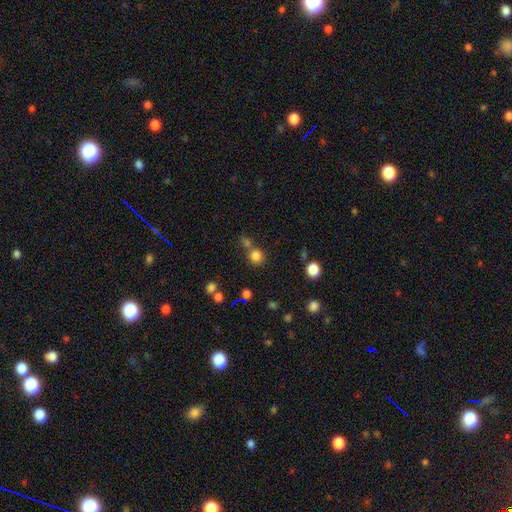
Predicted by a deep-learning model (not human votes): A smooth galaxy with no disk features (79%) that is round (87%).

Vote fractions:
- Smooth or featured? smooth: 79% / star or artifact: 15% / featured or disk: 6%
- How rounded? round: 87% / in between: 12% / cigar-shaped: 1%
- Merging? none: 62% / merger: 25% / minor disturbance: 9% / major disturbance: 4%